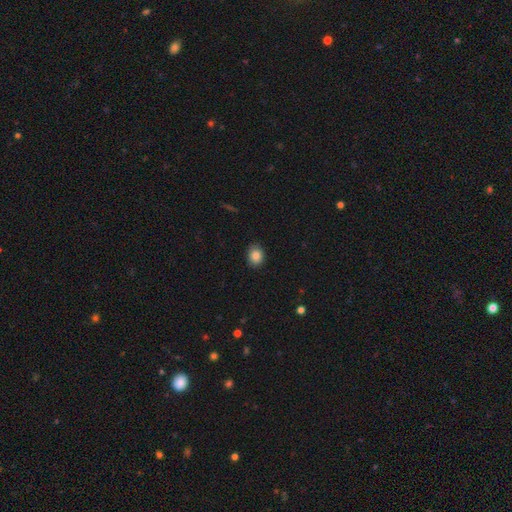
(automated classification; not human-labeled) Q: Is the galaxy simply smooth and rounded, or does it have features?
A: smooth — 85%.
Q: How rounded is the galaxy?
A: round — 51%.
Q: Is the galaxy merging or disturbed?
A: none — 88%.